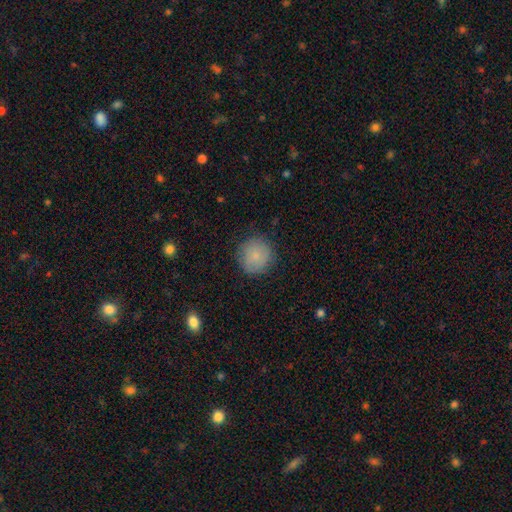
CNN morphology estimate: Smooth or featured: smooth — 84% (featured or disk — 8%)
How rounded: round — 93% (in between — 6%)
Merging: none — 85% (minor disturbance — 11%)